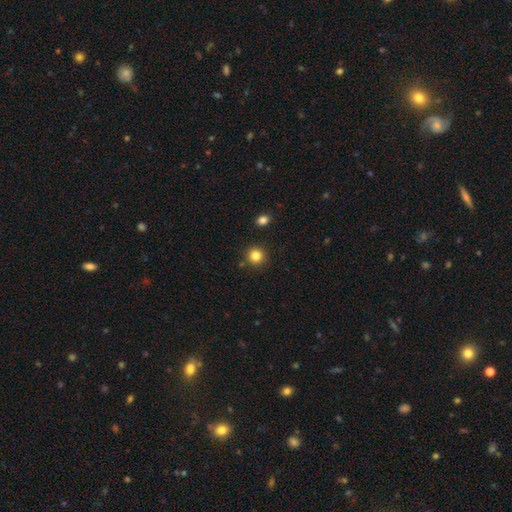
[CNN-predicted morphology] Smooth or featured: smooth — 84% (star or artifact — 11%)
How rounded: round — 92% (in between — 7%)
Merging: none — 88% (minor disturbance — 7%)